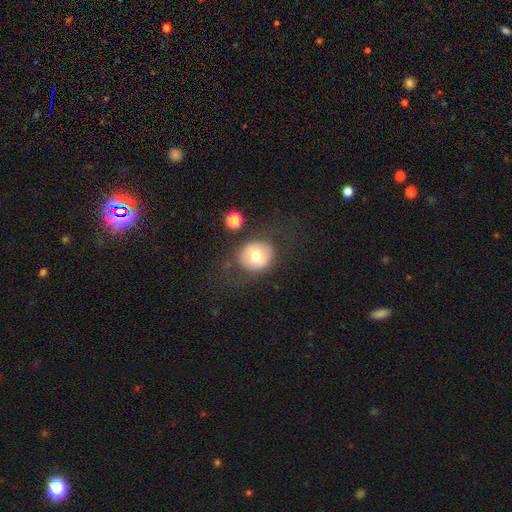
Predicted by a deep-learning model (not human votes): Smooth or featured? smooth (68%)
How rounded? round (79%)
Merging? none (72%)